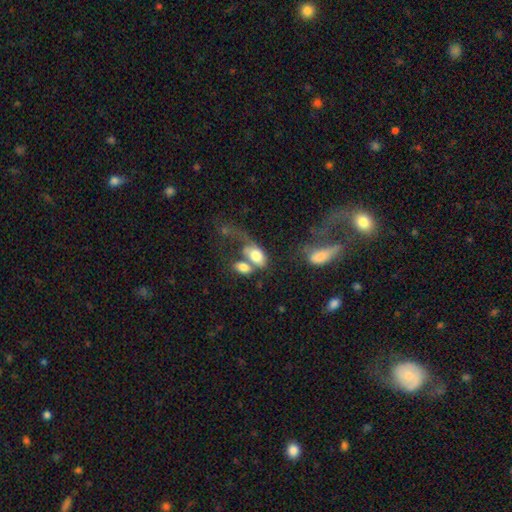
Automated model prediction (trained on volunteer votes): Smooth or featured? smooth (68%)
How rounded? in between (87%)
Merging? merger (59%)